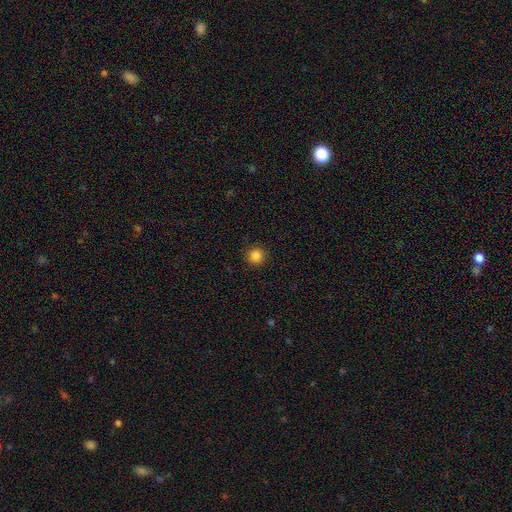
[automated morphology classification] Q: Smooth or featured?
A: smooth (85%); runner-up: star or artifact (12%)
Q: How rounded?
A: round (95%); runner-up: in between (4%)
Q: Merging?
A: none (92%); runner-up: minor disturbance (5%)